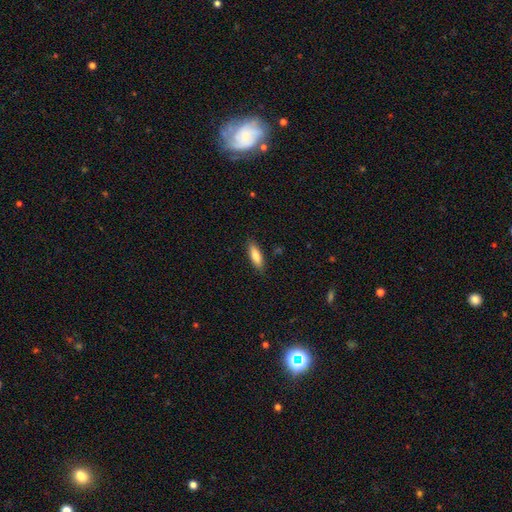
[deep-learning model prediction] smooth 84%, featured or disk 10%, star or artifact 6%. Down the decision tree: how rounded — in between (52%); merging — none (86%).